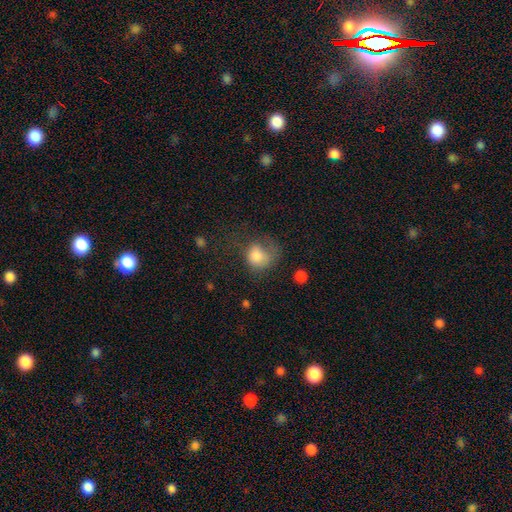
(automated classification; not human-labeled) Overall: smooth (77%). How rounded: round (63%; in between 36%). Merging: major disturbance (42%; none 30%).